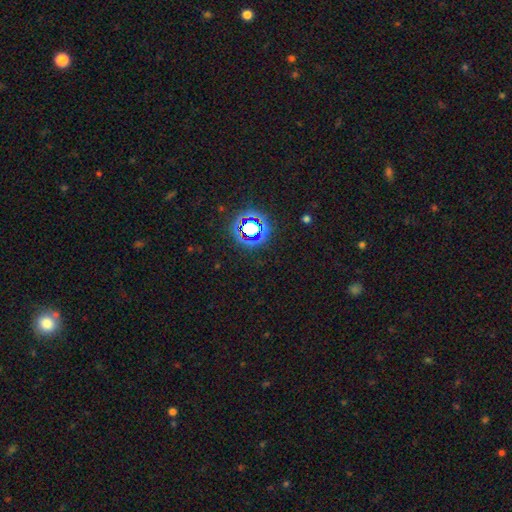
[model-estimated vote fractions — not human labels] Smooth or featured?
  - star or artifact: 78% *
  - smooth: 14%
  - featured or disk: 7%